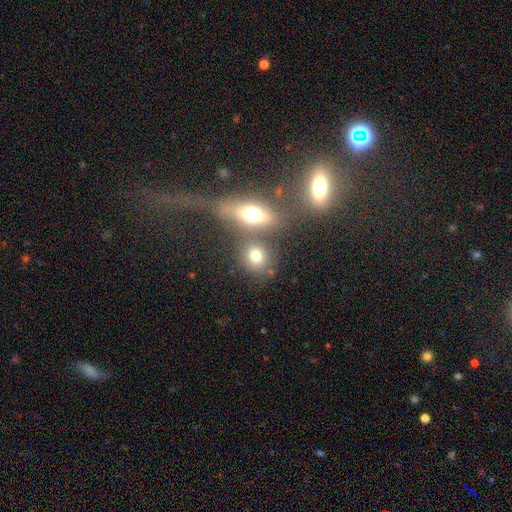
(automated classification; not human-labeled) A smooth galaxy with no disk features (69%) that is round (74%). Merging: none (58%).